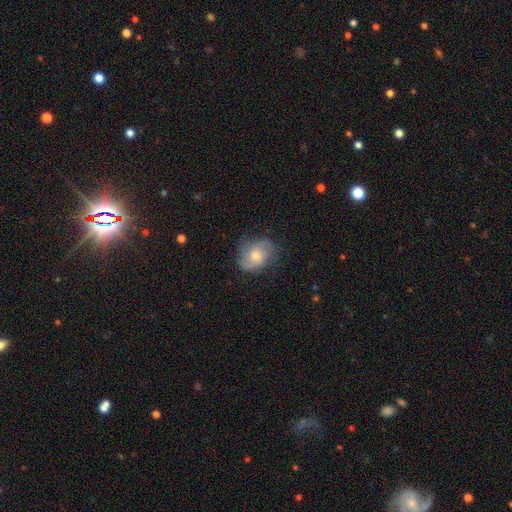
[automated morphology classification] smooth_or_featured: smooth (p=0.49) [alt: featured or disk p=0.43]
merging: none (p=0.66) [alt: minor disturbance p=0.24]